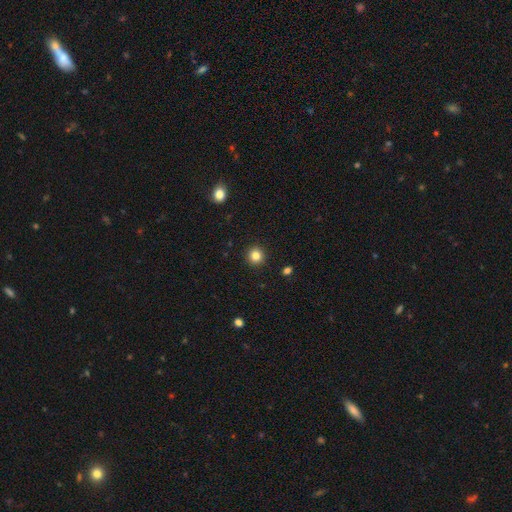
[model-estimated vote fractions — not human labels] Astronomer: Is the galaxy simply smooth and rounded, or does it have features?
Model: smooth — 83%.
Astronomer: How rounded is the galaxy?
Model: round — 94%.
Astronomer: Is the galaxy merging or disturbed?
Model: none — 93%.